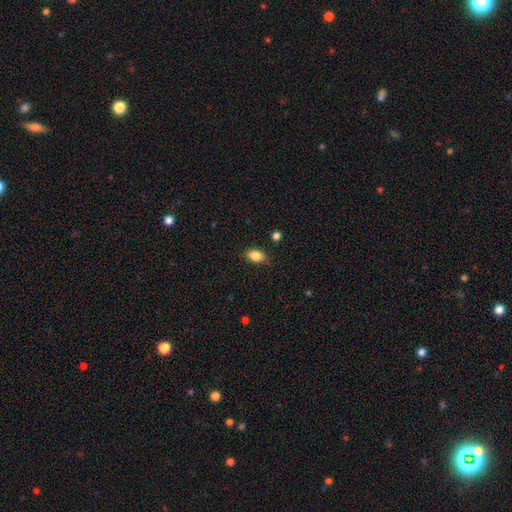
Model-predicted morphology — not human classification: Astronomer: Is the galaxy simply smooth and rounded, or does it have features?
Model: smooth — 85%.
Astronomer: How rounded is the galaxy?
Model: in between — 84%.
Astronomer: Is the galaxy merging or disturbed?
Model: none — 83%.